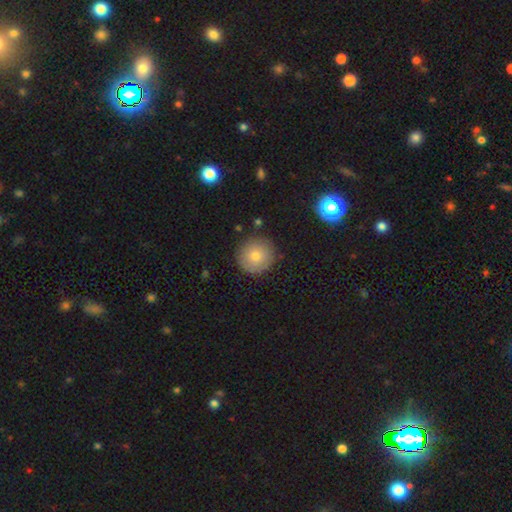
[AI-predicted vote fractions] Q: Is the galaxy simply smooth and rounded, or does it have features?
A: smooth — 74%.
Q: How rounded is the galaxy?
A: round — 94%.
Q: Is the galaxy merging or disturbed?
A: none — 85%.